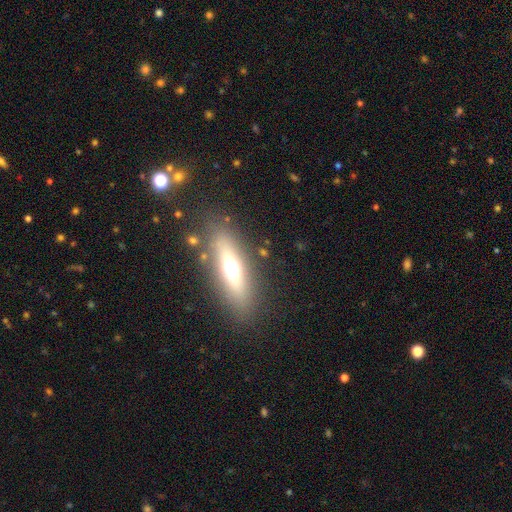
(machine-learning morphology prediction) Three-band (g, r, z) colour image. It shows a featured or disk galaxy (45%). Merging: none (82%).